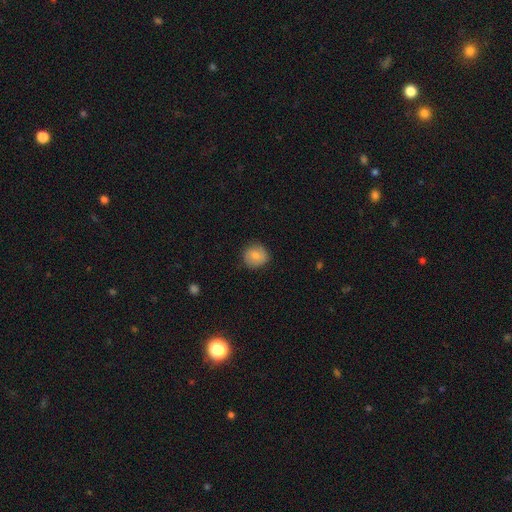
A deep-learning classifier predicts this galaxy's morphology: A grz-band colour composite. It shows a smooth galaxy with no disk features (75%) that is round (89%). Merging: none (85%).